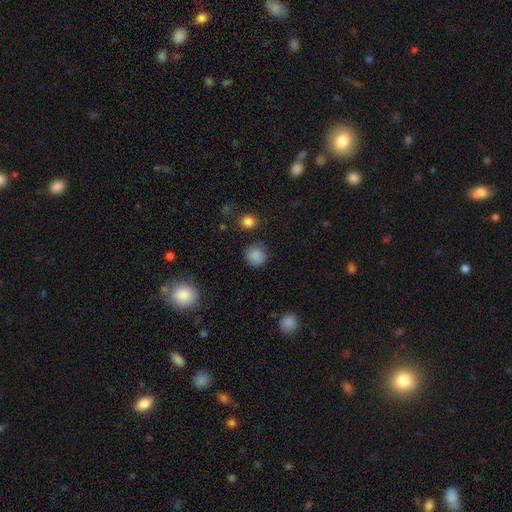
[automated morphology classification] A smooth galaxy with no disk features (85%) that is round (91%).

Vote fractions:
- Smooth or featured? smooth: 85% / star or artifact: 11% / featured or disk: 4%
- How rounded? round: 91% / in between: 8% / cigar-shaped: 1%
- Merging? none: 82% / minor disturbance: 12% / major disturbance: 3% / merger: 3%